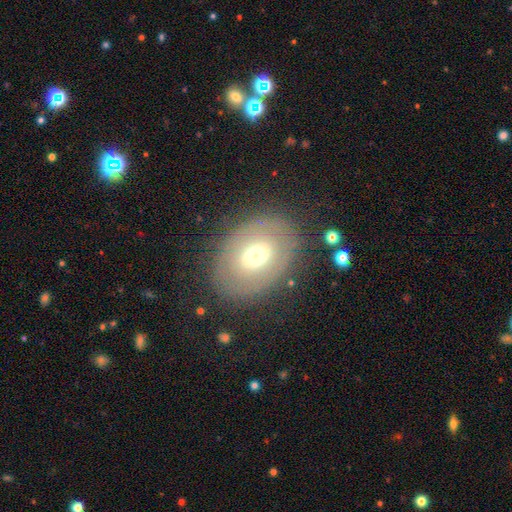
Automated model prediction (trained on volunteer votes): smooth 49%, featured or disk 43%, star or artifact 9%. Down the decision tree: merging — none (78%).